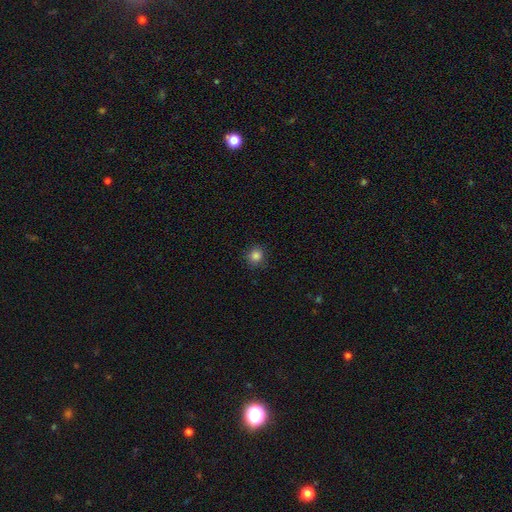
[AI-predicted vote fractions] smooth-or-featured: smooth: 84% | star or artifact: 12% | featured or disk: 4%
  how-rounded: round: 89% | in between: 10% | cigar-shaped: 1%
  merging: none: 88% | minor disturbance: 9% | major disturbance: 2% | merger: 1%